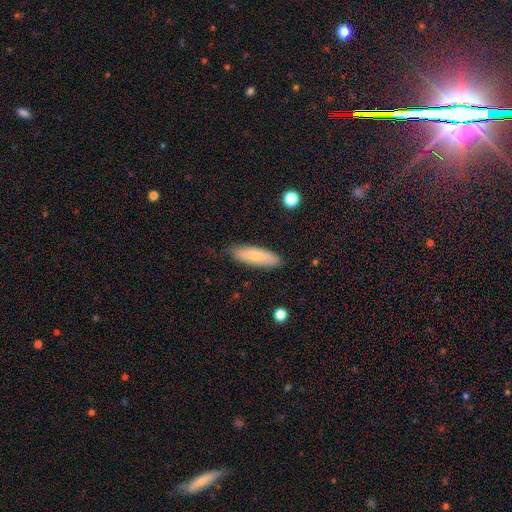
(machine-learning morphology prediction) Smooth or featured?
  - smooth: 77% *
  - featured or disk: 17%
  - star or artifact: 6%
How rounded?
  - cigar-shaped: 55% *
  - in between: 43%
  - round: 2%
Merging?
  - none: 82% *
  - minor disturbance: 14%
  - major disturbance: 2%
  - merger: 1%